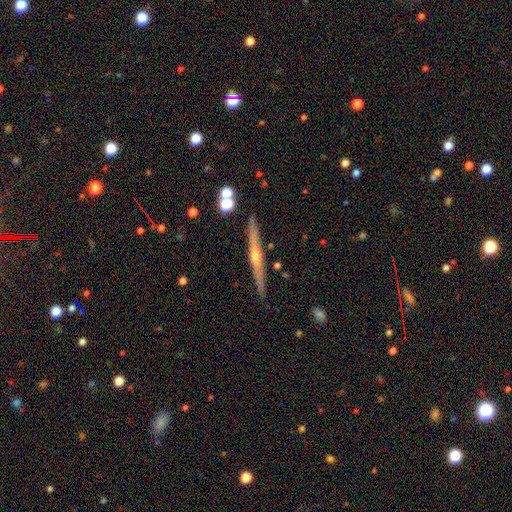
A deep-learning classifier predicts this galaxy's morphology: type=featured or disk (79%); edge-on=yes (98%); edge-on bulge=rounded (84%); merging=none (89%).